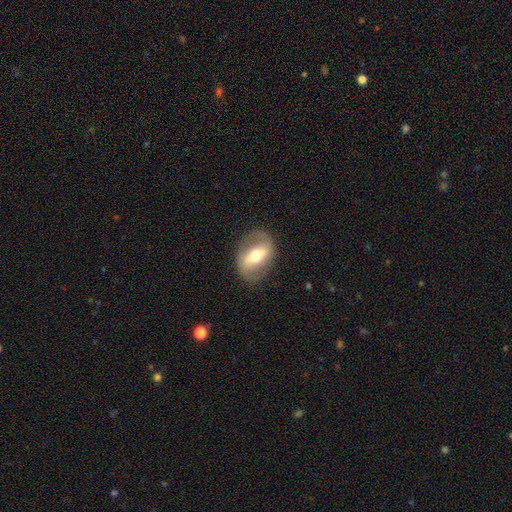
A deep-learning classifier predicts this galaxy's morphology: Smooth or featured: featured or disk — 66% (smooth — 28%)
Edge-on disk: no — 92% (yes — 8%)
Bar: strong — 49% (weak — 34%)
Spiral arms: yes — 60% (no — 40%)
Bulge size: moderate — 70% (large — 14%)
Merging: none — 81% (minor disturbance — 12%)